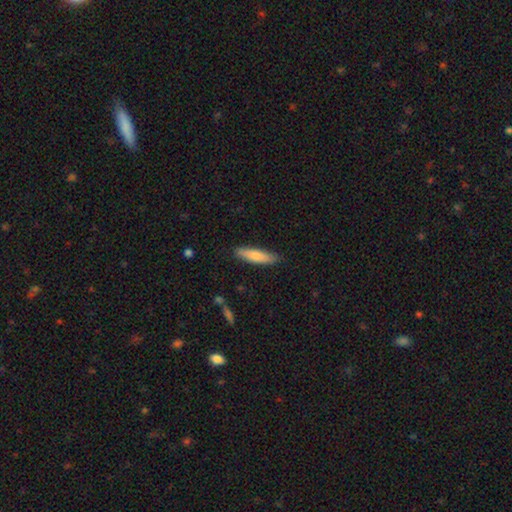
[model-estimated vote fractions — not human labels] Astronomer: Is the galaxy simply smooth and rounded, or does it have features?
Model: smooth — 75%.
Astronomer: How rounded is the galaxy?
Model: cigar-shaped — 75%.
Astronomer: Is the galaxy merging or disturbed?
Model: none — 86%.